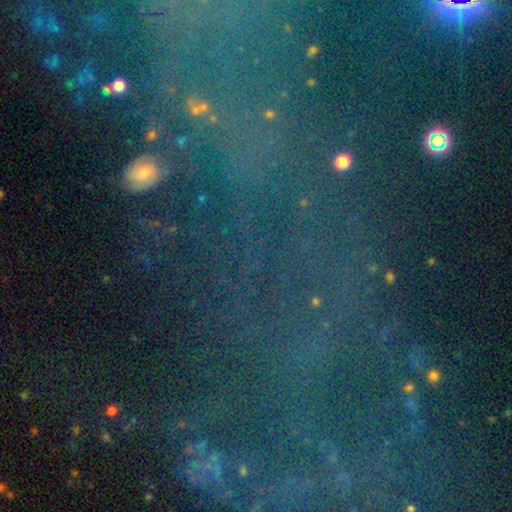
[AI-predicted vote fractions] star or artifact 66%, smooth 18%, featured or disk 15%.